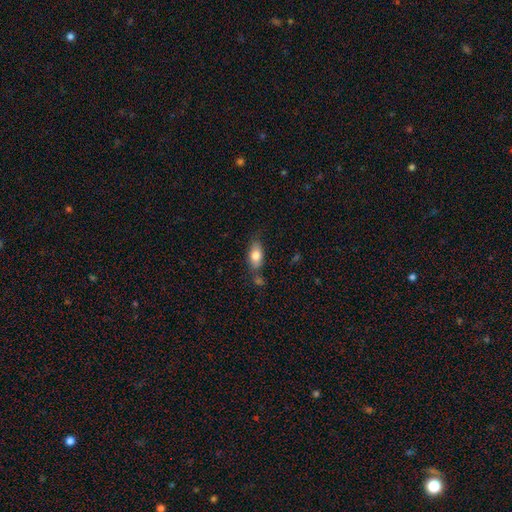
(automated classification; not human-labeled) A smooth galaxy with no disk features (78%) that is in between round and cigar-shaped (86%). Merging: none (65%).